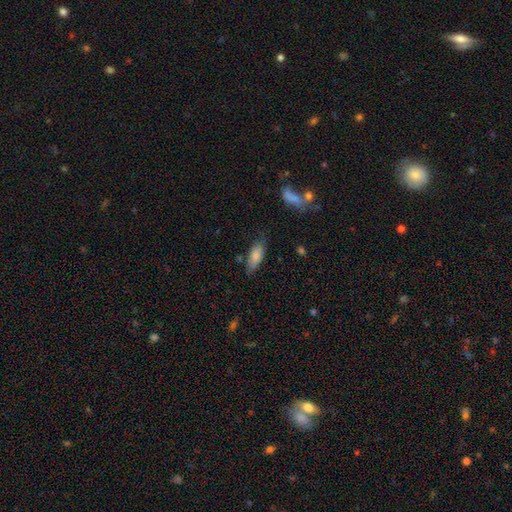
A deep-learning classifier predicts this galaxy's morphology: Smooth or featured? Predicted: smooth (p=0.81). How rounded? Predicted: in between (p=0.74). Merging? Predicted: none (p=0.69).